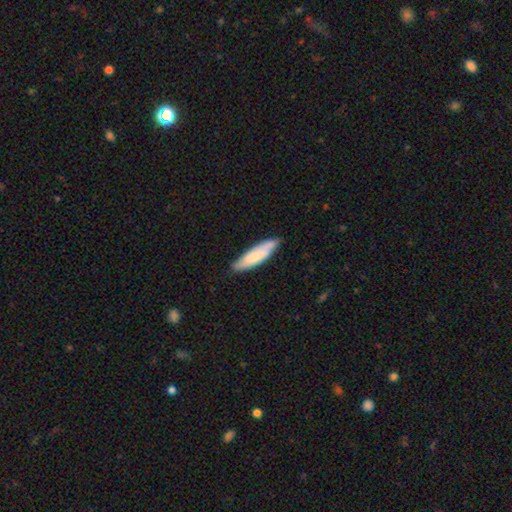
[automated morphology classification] Q: Smooth or featured?
A: smooth (71%); runner-up: featured or disk (23%)
Q: How rounded?
A: cigar-shaped (65%); runner-up: in between (33%)
Q: Merging?
A: none (76%); runner-up: minor disturbance (19%)